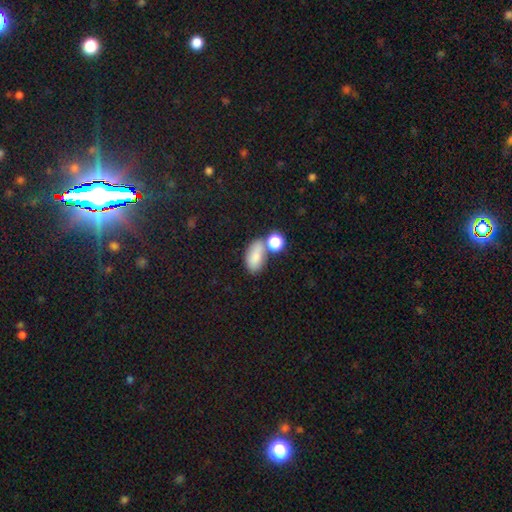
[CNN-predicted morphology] smooth 79%, star or artifact 11%, featured or disk 10%. Down the decision tree: how rounded — in between (88%); merging — none (48%).